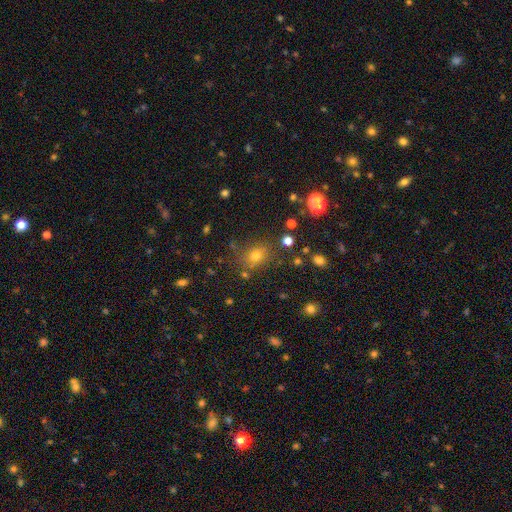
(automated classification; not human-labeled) Smooth or featured? Predicted: smooth (p=0.68). How rounded? Predicted: round (p=0.57). Merging? Predicted: none (p=0.74).